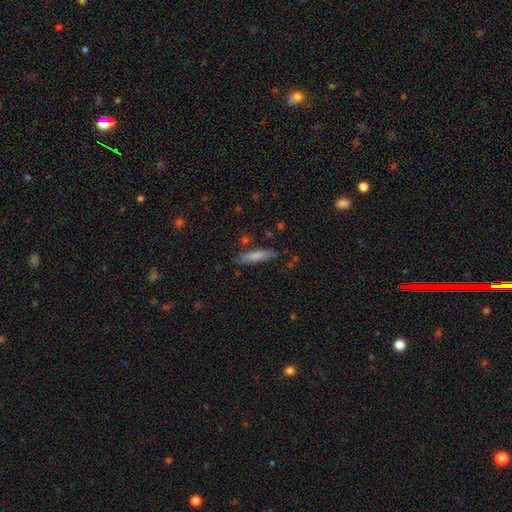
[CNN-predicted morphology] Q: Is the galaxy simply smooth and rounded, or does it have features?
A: smooth — 76%.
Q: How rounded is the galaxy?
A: cigar-shaped — 77%.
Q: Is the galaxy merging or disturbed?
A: none — 78%.